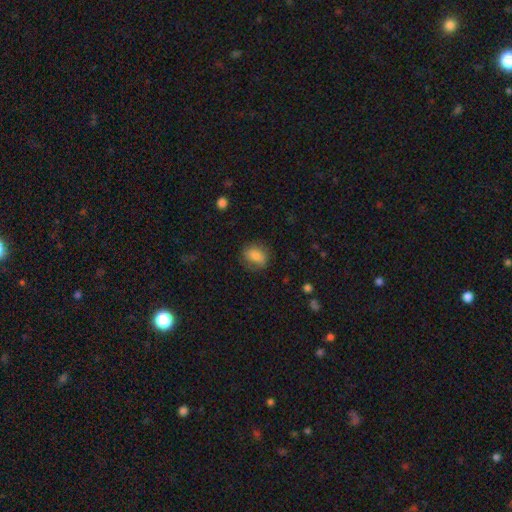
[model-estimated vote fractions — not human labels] smooth 81%, featured or disk 11%, star or artifact 9%. Down the decision tree: how rounded — in between (57%); merging — none (73%).